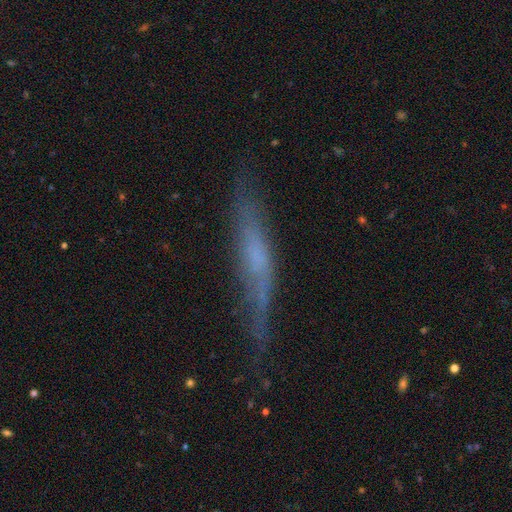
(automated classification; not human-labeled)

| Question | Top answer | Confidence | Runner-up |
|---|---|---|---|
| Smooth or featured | featured or disk | 54% | smooth (37%) |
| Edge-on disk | yes | 83% | no (17%) |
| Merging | none | 61% | minor disturbance (27%) |